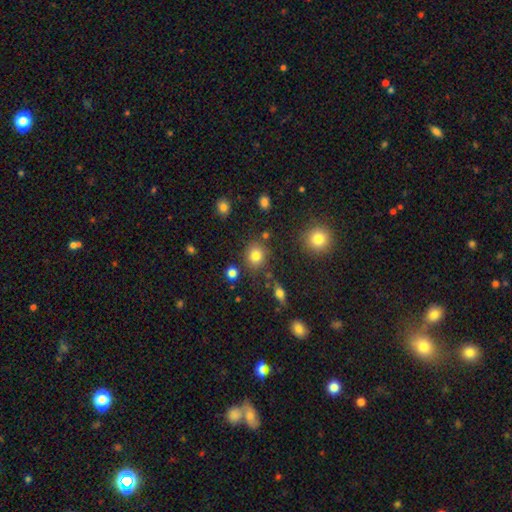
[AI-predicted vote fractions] Smooth or featured? Predicted: smooth (p=0.81). How rounded? Predicted: round (p=0.73). Merging? Predicted: none (p=0.79).